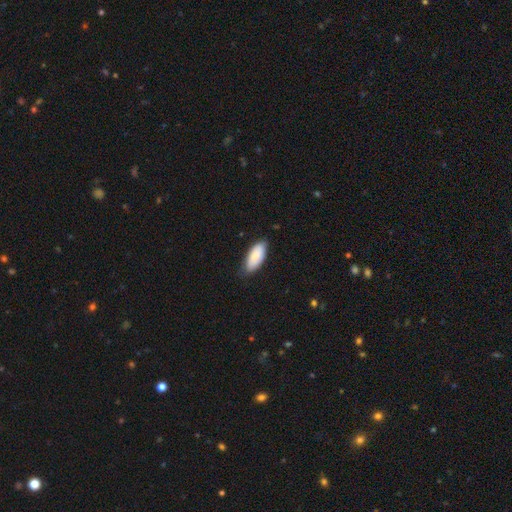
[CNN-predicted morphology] This is clearly a smooth galaxy (80%). How rounded: clearly in between (88%). Merging: likely none (77%).